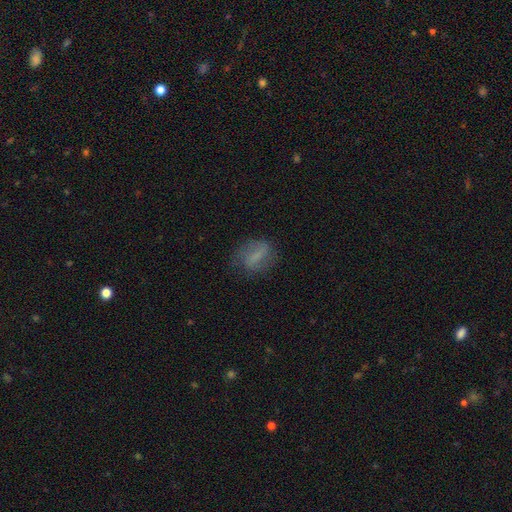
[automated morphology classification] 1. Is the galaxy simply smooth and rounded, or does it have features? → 52% smooth, 37% featured or disk, 10% star or artifact.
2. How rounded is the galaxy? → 65% in between, 26% round, 9% cigar-shaped.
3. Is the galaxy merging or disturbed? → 68% none, 21% minor disturbance, 10% major disturbance, 2% merger.